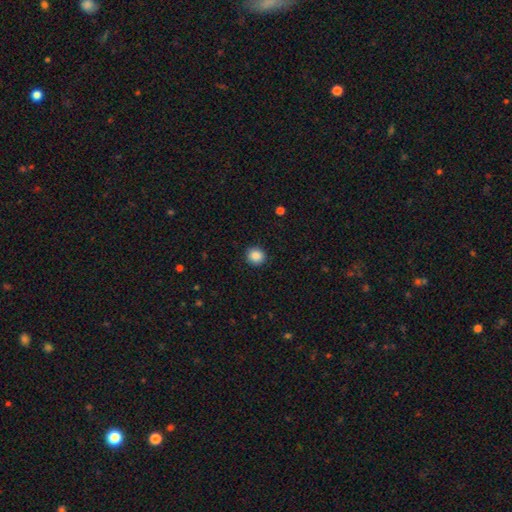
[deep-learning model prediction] The model was most divided on "smooth or featured": smooth: 88%, star or artifact: 9%, featured or disk: 3%. More confident: merging — none (92%); how rounded — round (89%).